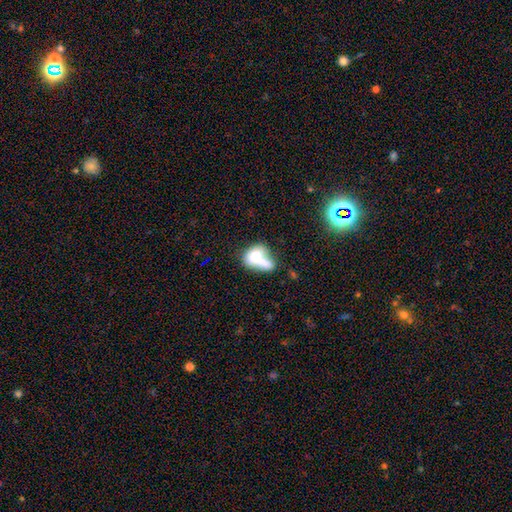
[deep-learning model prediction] Smooth or featured: smooth — 68% (featured or disk — 24%)
How rounded: in between — 66% (round — 31%)
Merging: merger — 62% (none — 19%)